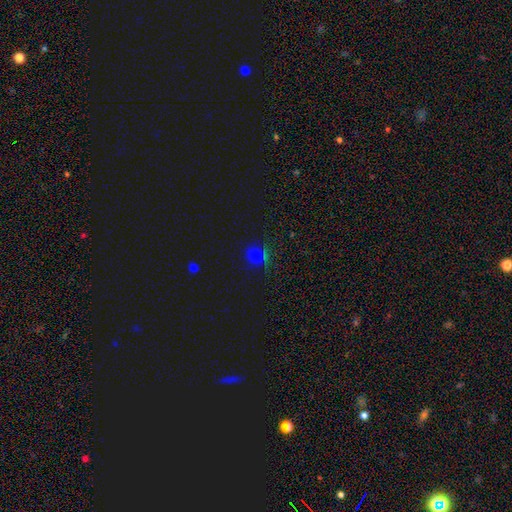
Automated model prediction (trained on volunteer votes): Morphology: type=smooth (57%); roundness=round (80%); merging=none (75%).